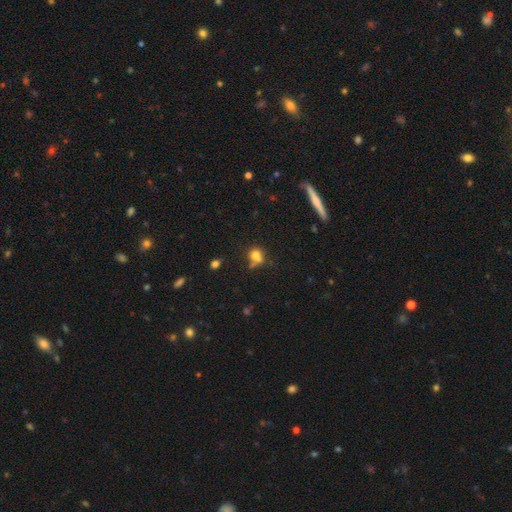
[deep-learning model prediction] The model was most divided on "merging": none: 45%, merger: 27%, minor disturbance: 19%, major disturbance: 10%. More confident: smooth or featured — smooth (74%); how rounded — round (69%).